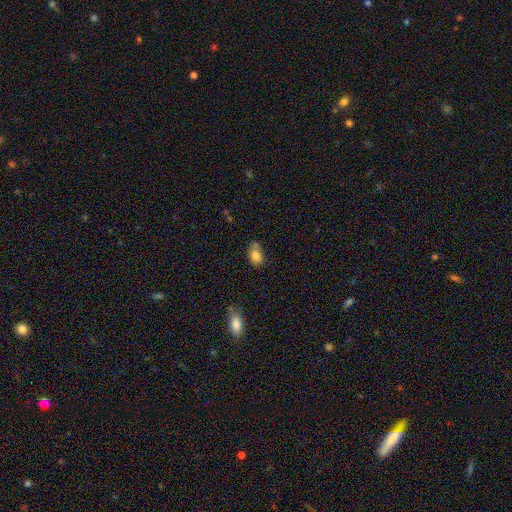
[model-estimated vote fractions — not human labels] Smooth or featured?
  - smooth: 78% *
  - featured or disk: 12%
  - star or artifact: 9%
How rounded?
  - in between: 81% *
  - round: 18%
  - cigar-shaped: 2%
Merging?
  - none: 54% *
  - minor disturbance: 28%
  - merger: 12%
  - major disturbance: 7%